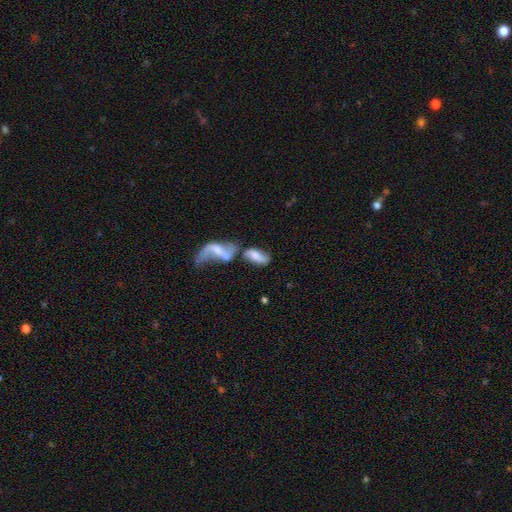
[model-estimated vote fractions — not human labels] Overall: smooth (57%; featured or disk 35%). How rounded: in between (86%). Merging: merger (51%; none 25%).